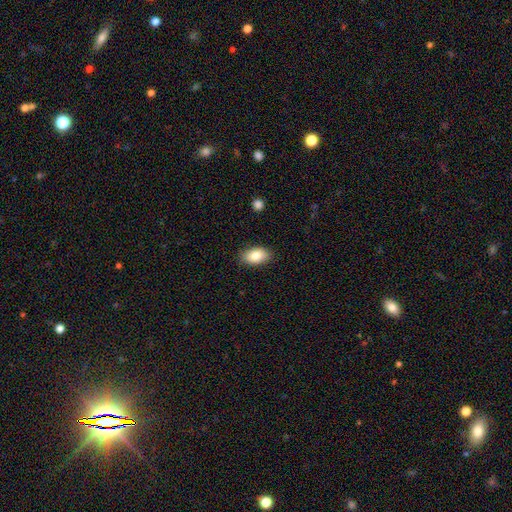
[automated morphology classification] smooth 84%, featured or disk 9%, star or artifact 7%. Down the decision tree: how rounded — in between (92%); merging — none (87%).